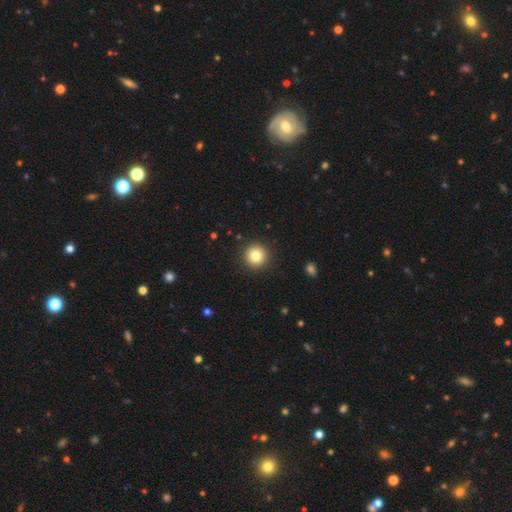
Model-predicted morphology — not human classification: The model was most divided on "smooth or featured": smooth: 82%, star or artifact: 11%, featured or disk: 7%. More confident: how rounded — round (96%); merging — none (92%).